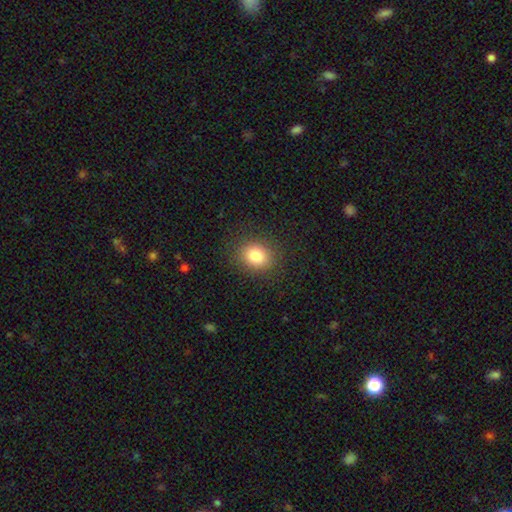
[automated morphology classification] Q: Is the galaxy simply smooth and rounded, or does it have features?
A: smooth — 82%.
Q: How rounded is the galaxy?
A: round — 62%.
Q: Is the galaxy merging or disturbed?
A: none — 87%.